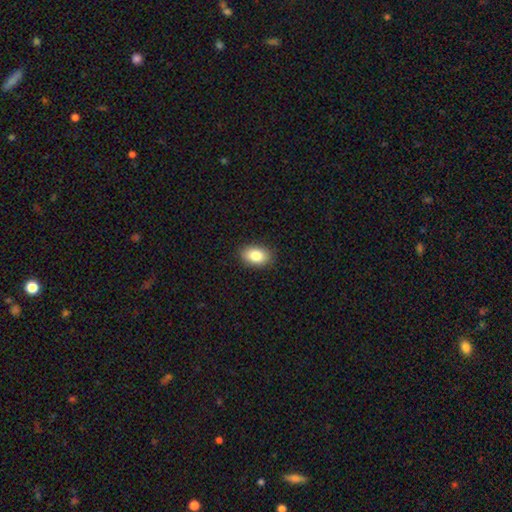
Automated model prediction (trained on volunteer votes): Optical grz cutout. It shows a smooth galaxy with no disk features (84%) that is in between round and cigar-shaped (85%). Merging: none (89%).